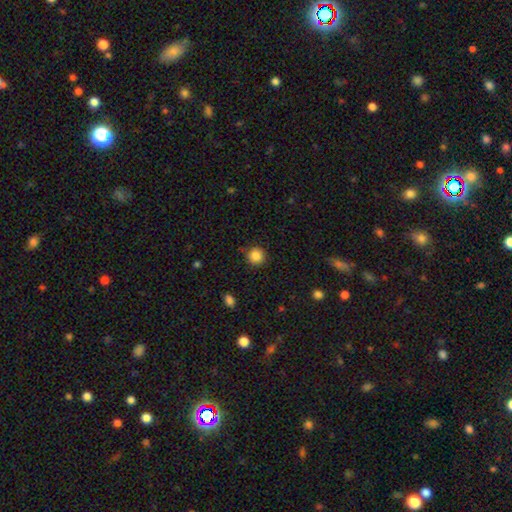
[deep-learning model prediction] This appears to be a smooth galaxy with no disk features (85%) that is round (93%). Merging: none (83%).